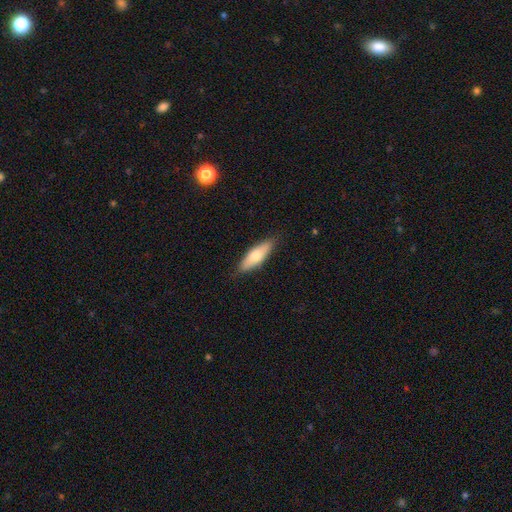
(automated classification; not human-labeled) This is likely a smooth galaxy (67%). How rounded: possibly in between (53%). Merging: clearly none (86%).